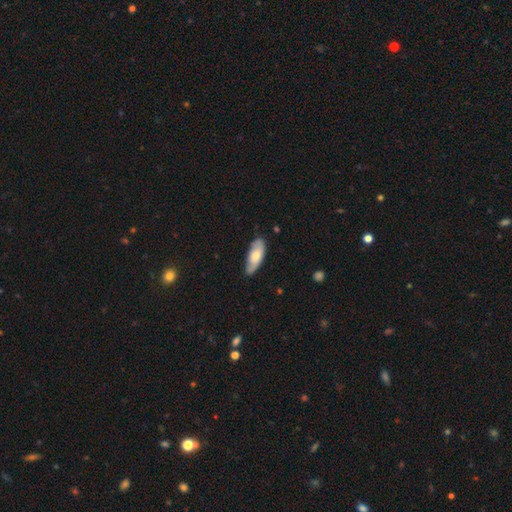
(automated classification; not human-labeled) smooth-or-featured: smooth: 64% | featured or disk: 30% | star or artifact: 6%
  how-rounded: in between: 80% | cigar-shaped: 18% | round: 2%
  merging: none: 65% | minor disturbance: 29% | major disturbance: 4% | merger: 2%